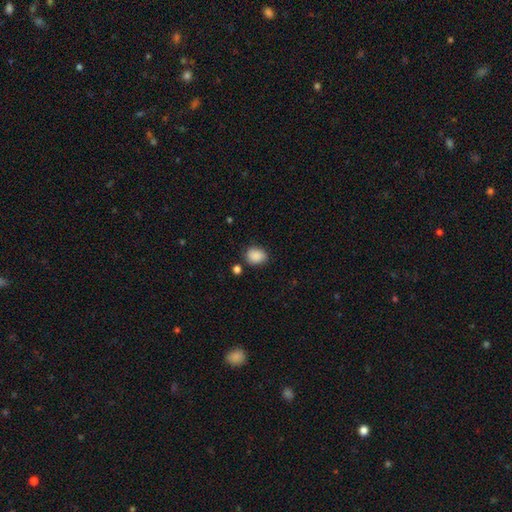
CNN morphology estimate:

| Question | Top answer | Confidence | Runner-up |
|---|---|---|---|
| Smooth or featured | smooth | 87% | star or artifact (8%) |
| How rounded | round | 53% | in between (46%) |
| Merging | none | 74% | minor disturbance (17%) |